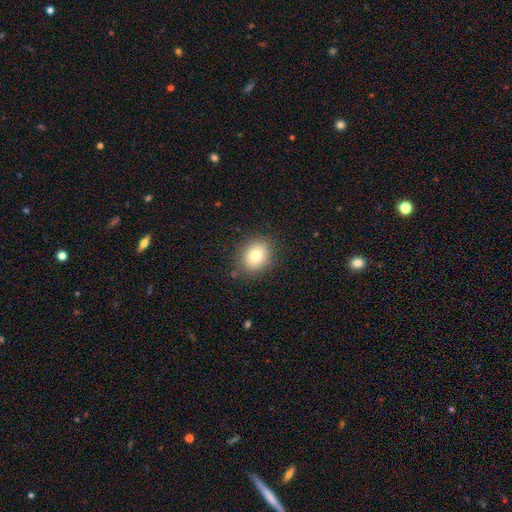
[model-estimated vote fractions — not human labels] Smooth or featured? smooth (78%)
How rounded? round (64%)
Merging? none (86%)